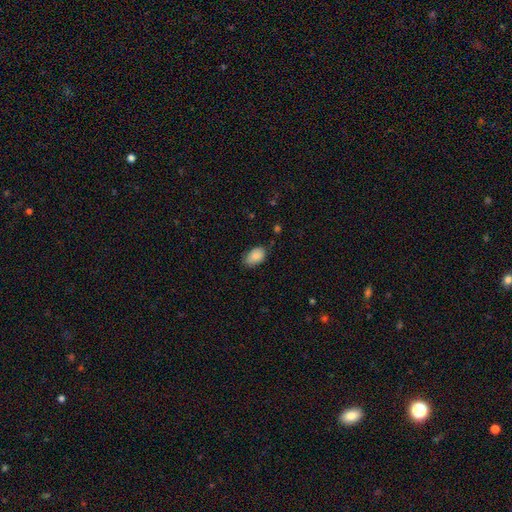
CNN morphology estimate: This is clearly a smooth galaxy (88%). How rounded: clearly in between (90%). Merging: likely none (71%).